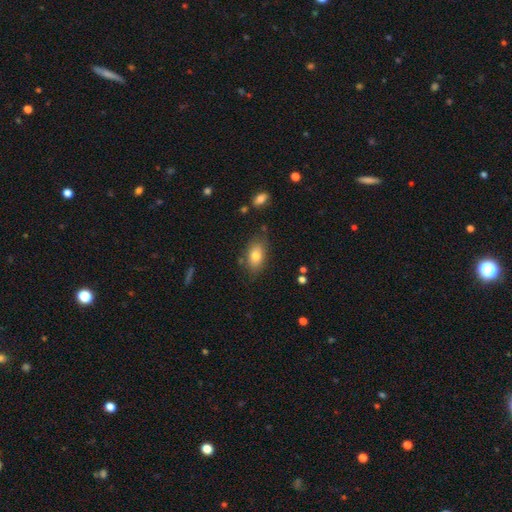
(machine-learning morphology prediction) This is likely a smooth galaxy (77%). How rounded: clearly in between (88%). Merging: likely none (77%).